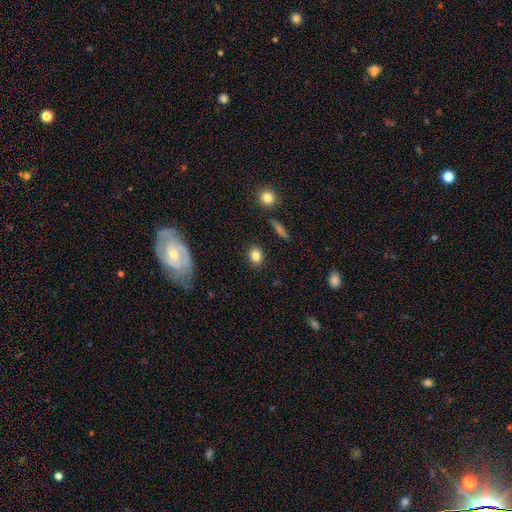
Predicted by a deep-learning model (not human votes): A smooth galaxy with no disk features (84%) that is round (52%). Merging: none (87%).